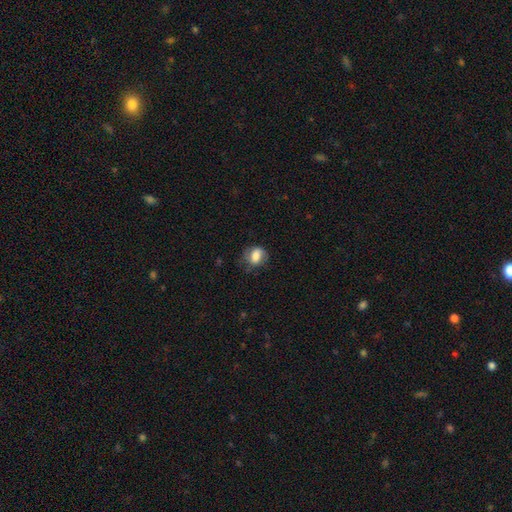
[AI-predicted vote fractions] smooth 73%, featured or disk 18%, star or artifact 9%. Down the decision tree: how rounded — in between (63%); merging — none (53%).